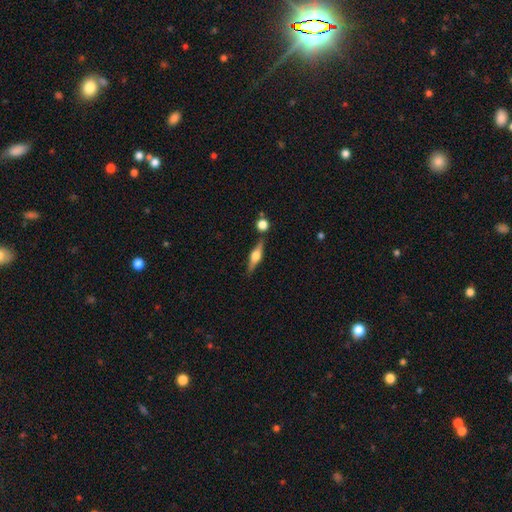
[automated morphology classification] Smooth or featured?
  - featured or disk: 68% *
  - smooth: 25%
  - star or artifact: 7%
Edge-on disk?
  - yes: 96% *
  - no: 4%
Edge-on bulge?
  - rounded: 93% *
  - boxy: 6%
  - none: 2%
Merging?
  - none: 80% *
  - minor disturbance: 10%
  - merger: 7%
  - major disturbance: 3%